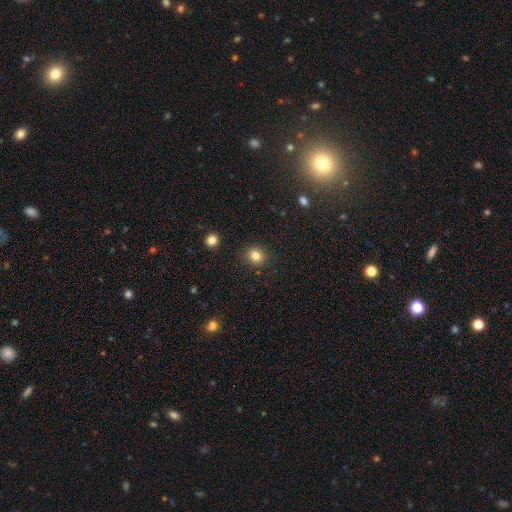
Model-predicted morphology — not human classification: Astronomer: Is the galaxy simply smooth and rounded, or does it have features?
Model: smooth — 82%.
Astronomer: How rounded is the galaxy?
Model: round — 82%.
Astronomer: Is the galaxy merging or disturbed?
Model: none — 90%.